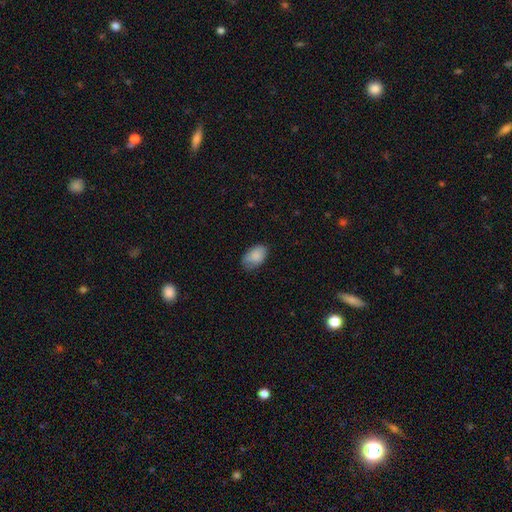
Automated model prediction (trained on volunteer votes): Smooth or featured? Predicted: smooth (p=0.86). How rounded? Predicted: in between (p=0.91). Merging? Predicted: none (p=0.69).